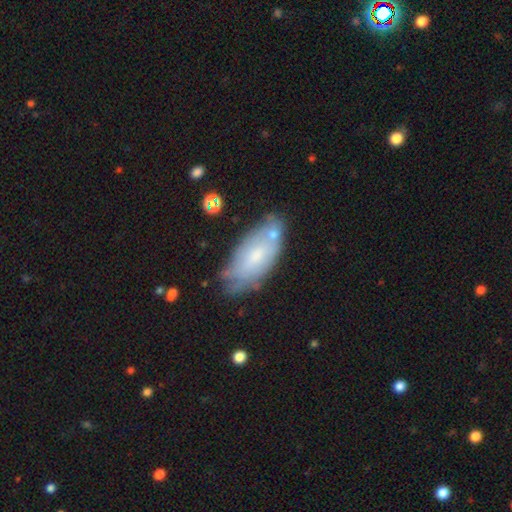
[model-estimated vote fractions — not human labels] Q: Smooth or featured?
A: smooth (55%); runner-up: featured or disk (38%)
Q: How rounded?
A: in between (87%); runner-up: cigar-shaped (11%)
Q: Merging?
A: none (60%); runner-up: minor disturbance (25%)